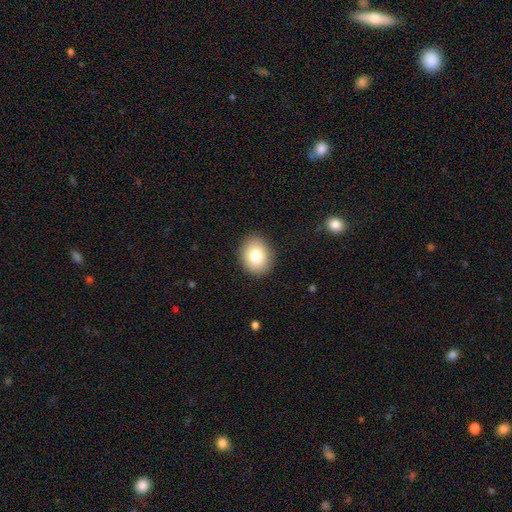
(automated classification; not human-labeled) The model was most divided on "how rounded": round: 52%, in between: 47%, cigar-shaped: 1%. More confident: merging — none (89%); smooth or featured — smooth (79%).